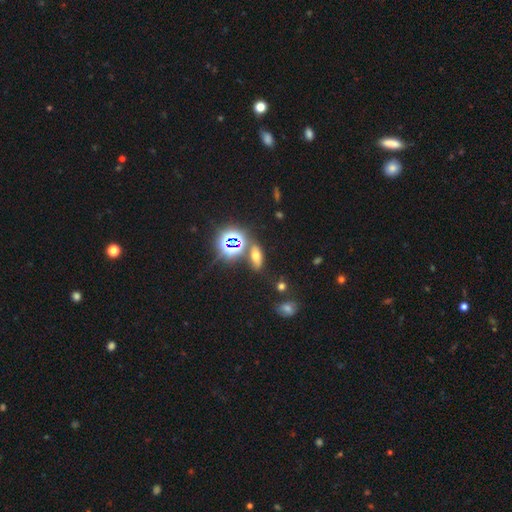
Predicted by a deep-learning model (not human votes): A smooth galaxy with no disk features (48%).

Vote fractions:
- Smooth or featured? smooth: 48% / star or artifact: 36% / featured or disk: 16%
- Merging? none: 77% / minor disturbance: 11% / merger: 8% / major disturbance: 4%